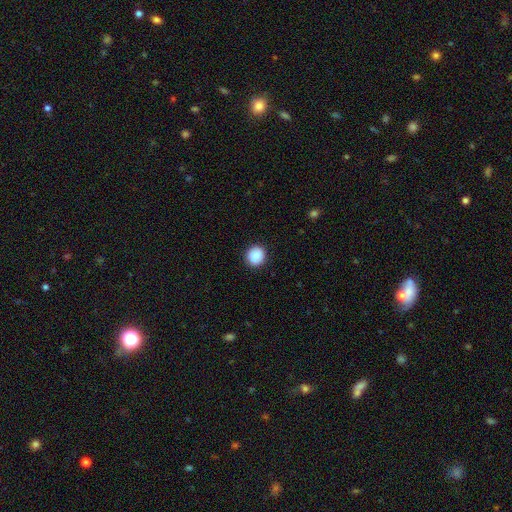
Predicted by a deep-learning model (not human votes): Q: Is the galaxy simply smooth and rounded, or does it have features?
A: smooth — 89%.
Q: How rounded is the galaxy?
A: round — 88%.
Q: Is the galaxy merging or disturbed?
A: none — 90%.